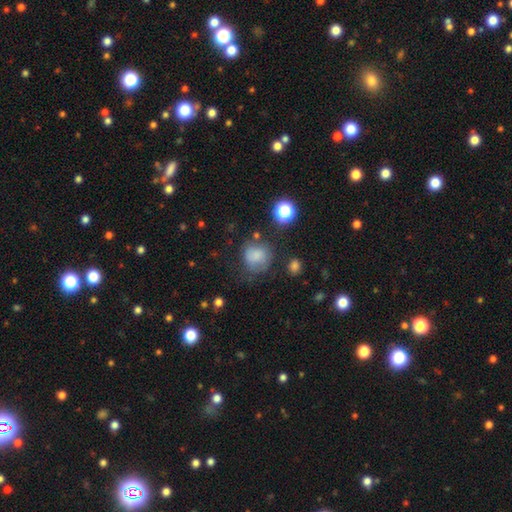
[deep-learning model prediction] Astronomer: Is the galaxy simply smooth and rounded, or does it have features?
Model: smooth — 74%.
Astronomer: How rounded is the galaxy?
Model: round — 80%.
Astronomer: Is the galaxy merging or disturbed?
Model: none — 56%.